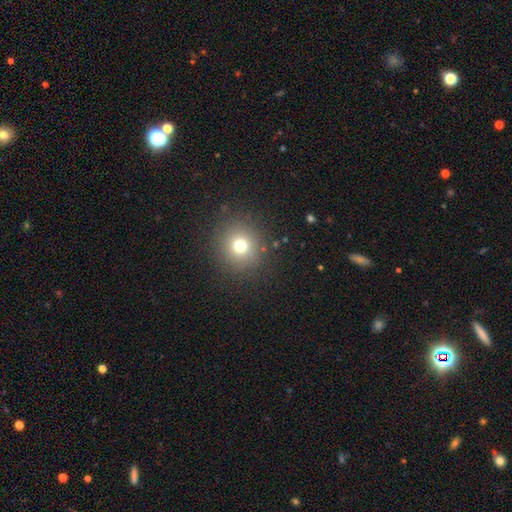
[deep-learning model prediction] Morphology: type=smooth (56%); roundness=round (94%); merging=none (91%).